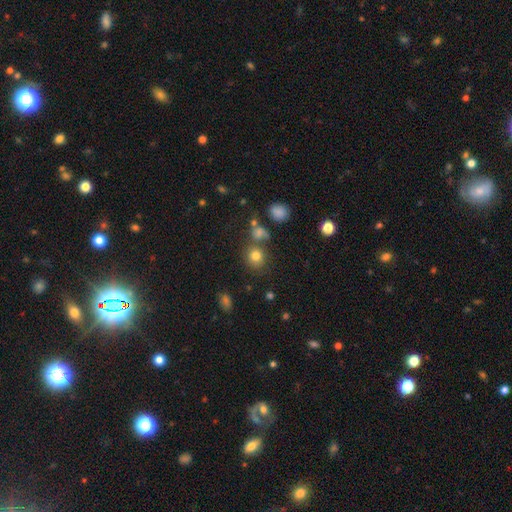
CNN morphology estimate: smooth-or-featured: smooth: 78% | star or artifact: 14% | featured or disk: 8%
  how-rounded: round: 81% | in between: 18% | cigar-shaped: 1%
  merging: none: 68% | merger: 15% | minor disturbance: 12% | major disturbance: 5%